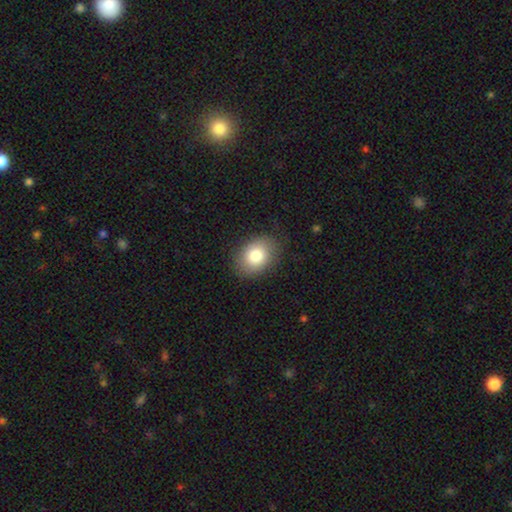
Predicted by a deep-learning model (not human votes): Overall: smooth (82%). How rounded: in between (69%; round 30%). Merging: none (84%).